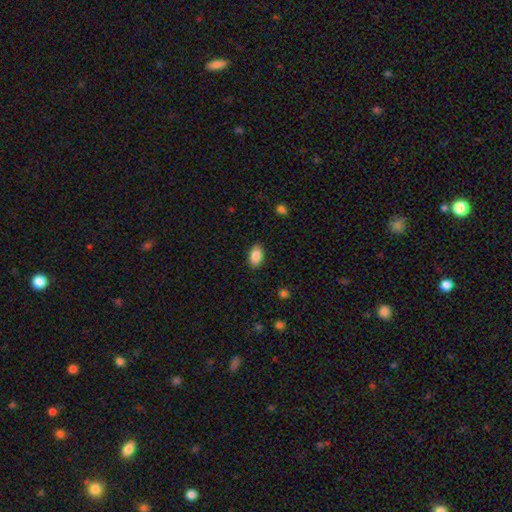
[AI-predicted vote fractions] Smooth or featured: smooth — 88% (star or artifact — 8%)
How rounded: in between — 90% (round — 8%)
Merging: none — 87% (minor disturbance — 9%)